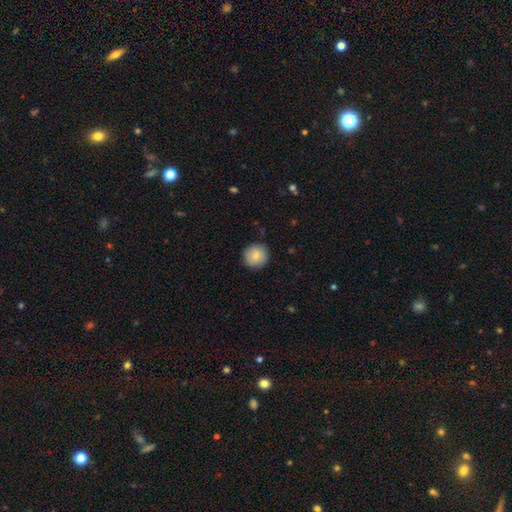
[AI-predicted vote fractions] A smooth galaxy with no disk features (81%) that is round (94%). Merging: none (88%).